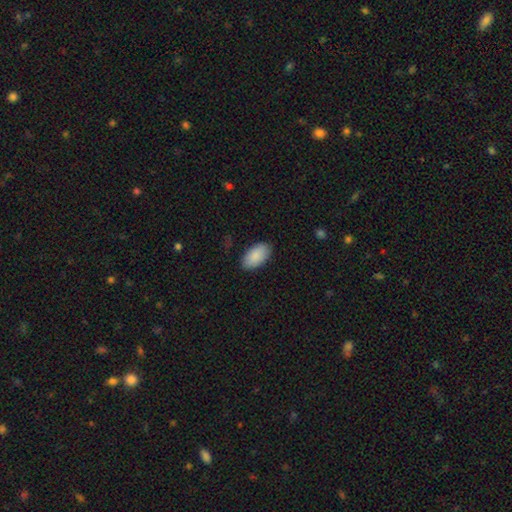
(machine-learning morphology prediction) A smooth galaxy with no disk features (90%) that is in between round and cigar-shaped (95%). Merging: none (86%).